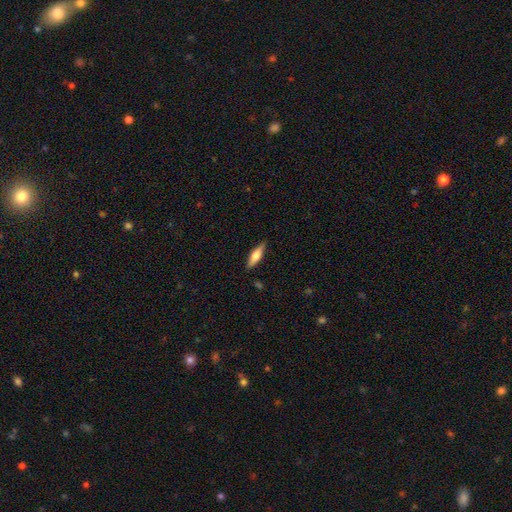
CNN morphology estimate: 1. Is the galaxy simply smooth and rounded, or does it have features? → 58% smooth, 36% featured or disk, 6% star or artifact.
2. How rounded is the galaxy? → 59% cigar-shaped, 39% in between, 2% round.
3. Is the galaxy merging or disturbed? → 86% none, 11% minor disturbance, 2% major disturbance, 1% merger.